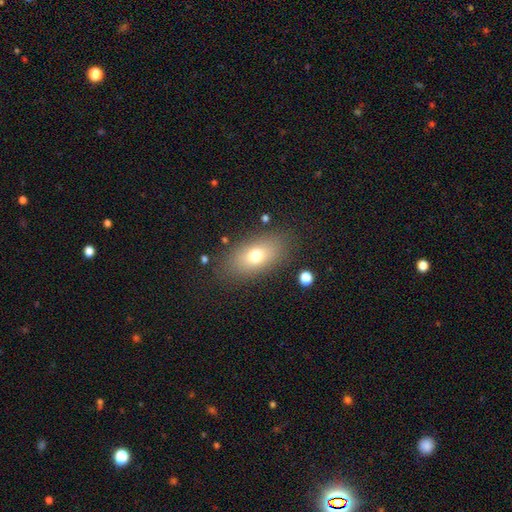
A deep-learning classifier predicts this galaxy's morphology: The model was most divided on "smooth or featured": smooth: 72%, featured or disk: 18%, star or artifact: 10%. More confident: how rounded — in between (86%); merging — none (81%).